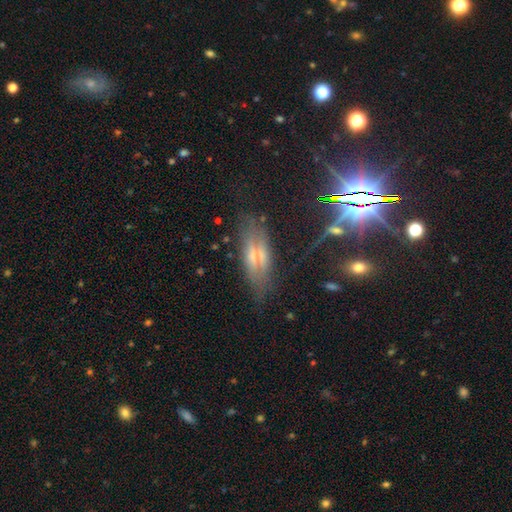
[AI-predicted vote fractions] Smooth or featured: featured or disk — 44% (smooth — 39%)
Merging: none — 68% (minor disturbance — 20%)